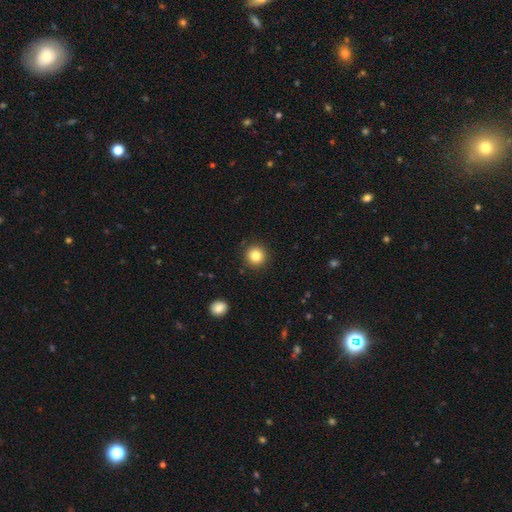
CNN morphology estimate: A smooth galaxy with no disk features (82%) that is round (95%).

Vote fractions:
- Smooth or featured? smooth: 82% / star or artifact: 11% / featured or disk: 7%
- How rounded? round: 95% / in between: 5% / cigar-shaped: 1%
- Merging? none: 91% / minor disturbance: 6% / major disturbance: 2% / merger: 1%